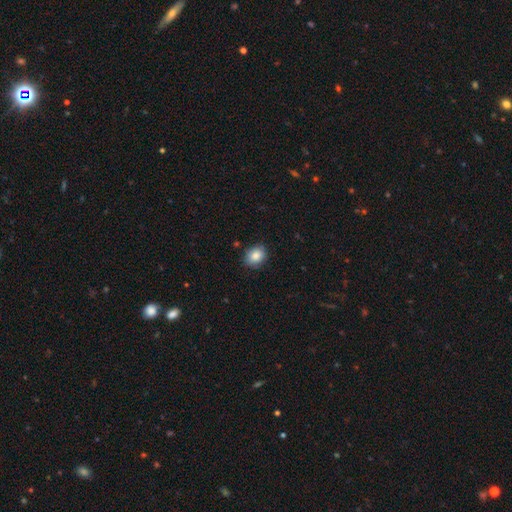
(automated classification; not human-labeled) This appears to be a smooth galaxy with no disk features (85%) that is round (55%). Merging: none (83%).